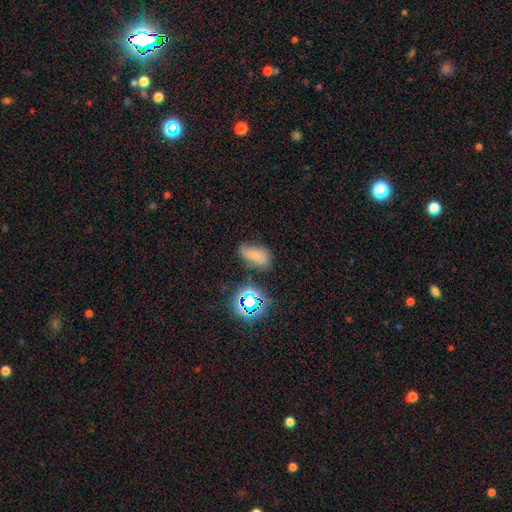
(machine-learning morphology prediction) Q: Smooth or featured?
A: smooth (59%); runner-up: star or artifact (22%)
Q: How rounded?
A: in between (88%); runner-up: round (8%)
Q: Merging?
A: none (52%); runner-up: minor disturbance (33%)